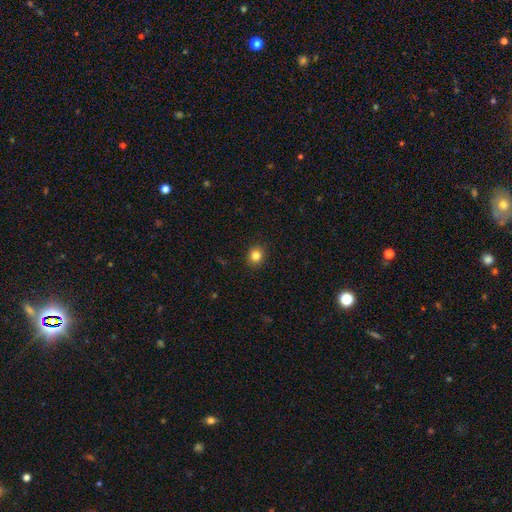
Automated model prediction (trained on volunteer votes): Smooth or featured? smooth (83%)
How rounded? round (85%)
Merging? none (92%)